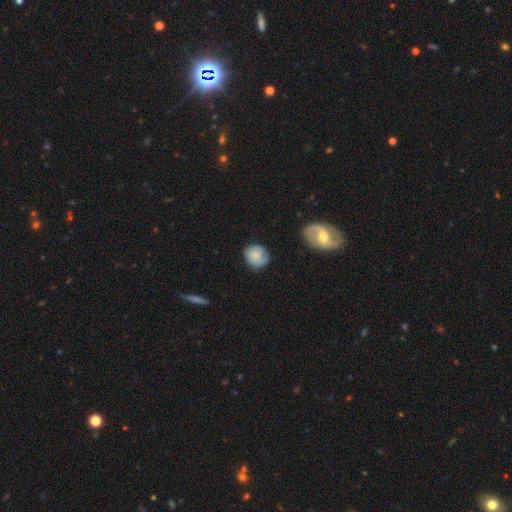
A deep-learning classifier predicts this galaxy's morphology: Smooth or featured: smooth — 73% (featured or disk — 20%)
How rounded: round — 78% (in between — 21%)
Merging: none — 71% (minor disturbance — 21%)